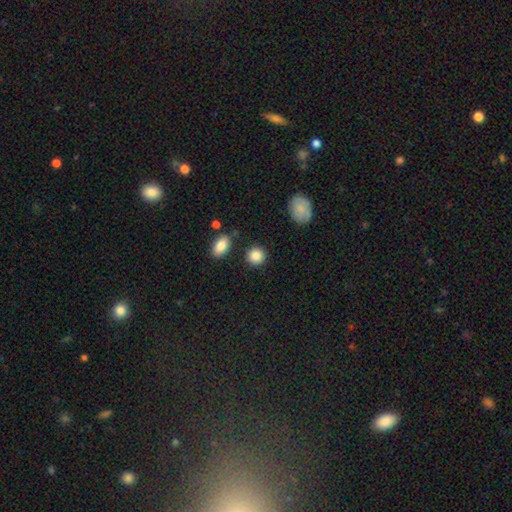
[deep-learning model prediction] This is clearly a smooth galaxy (88%). How rounded: clearly round (89%). Merging: clearly none (86%).